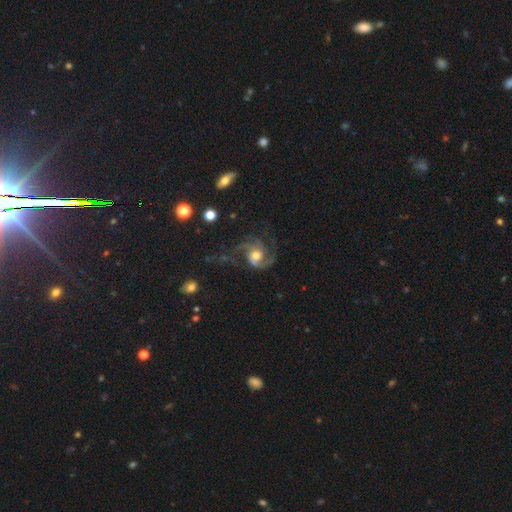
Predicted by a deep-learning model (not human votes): This appears to be a featured or disk galaxy (88%) with no bar (63%), 2 (56%) medium (54%) spiral arms (98%) and a moderate central bulge (67%). Merging: none (59%).